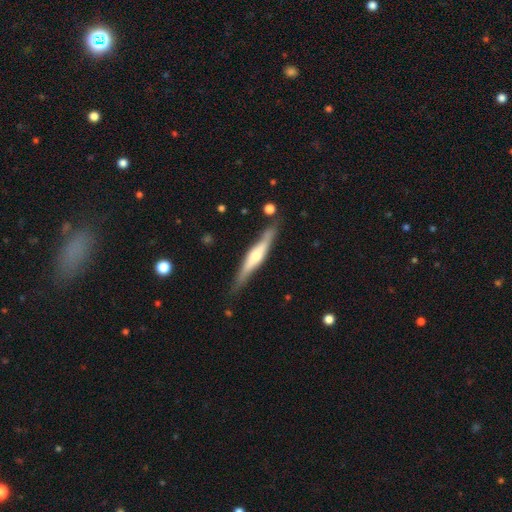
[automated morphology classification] A featured or disk galaxy (62%) viewed edge-on (93%) with a rounded central bulge (78%).

Vote fractions:
- Smooth or featured? featured or disk: 62% / smooth: 33% / star or artifact: 5%
- Edge-on disk? yes: 93% / no: 7%
- Edge-on bulge? rounded: 78% / boxy: 12% / none: 10%
- Merging? none: 79% / minor disturbance: 15% / merger: 3% / major disturbance: 3%